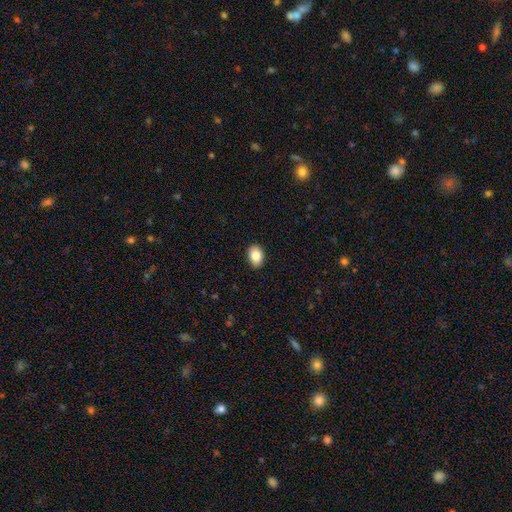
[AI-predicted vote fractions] Overall: smooth (85%). How rounded: in between (81%). Merging: none (90%).